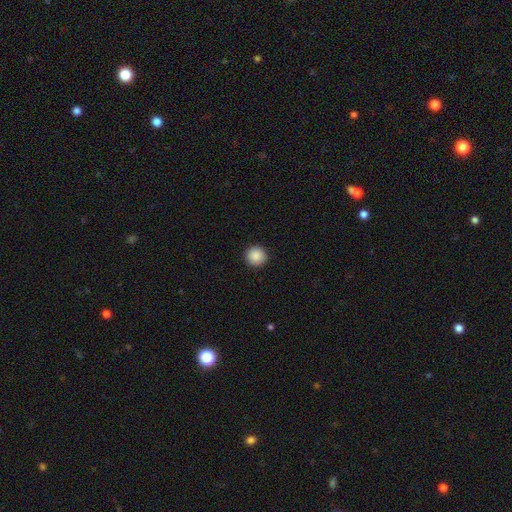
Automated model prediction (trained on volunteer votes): This appears to be a smooth galaxy with no disk features (89%) that is round (95%). Merging: none (93%).